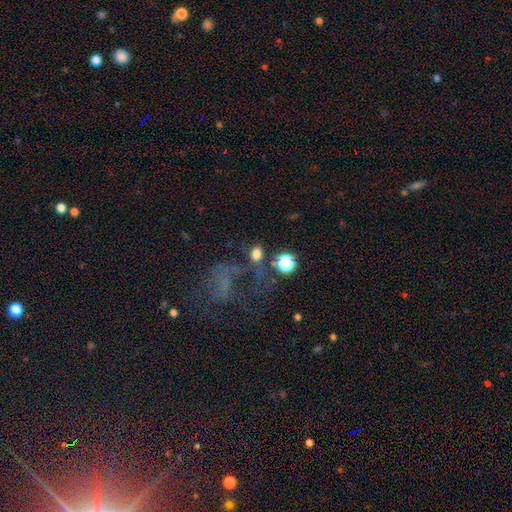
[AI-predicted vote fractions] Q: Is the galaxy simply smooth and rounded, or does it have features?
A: star or artifact — 45%.